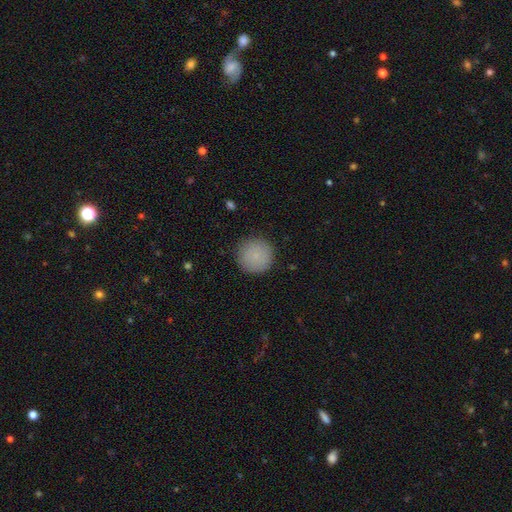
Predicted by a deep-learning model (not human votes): Smooth or featured? smooth (86%)
How rounded? round (95%)
Merging? none (89%)